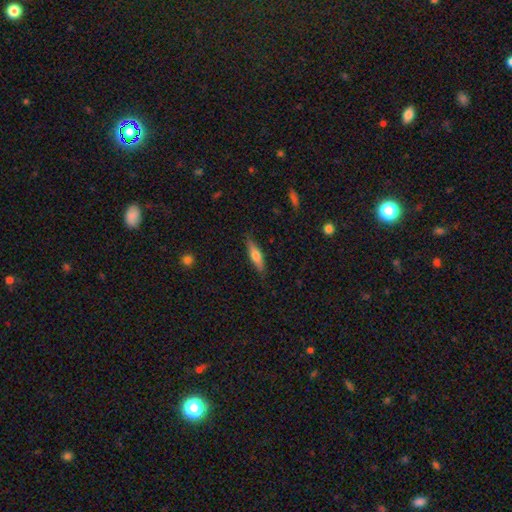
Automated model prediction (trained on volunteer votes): smooth-or-featured: smooth: 53% | featured or disk: 41% | star or artifact: 6%
  how-rounded: cigar-shaped: 70% | in between: 27% | round: 2%
  merging: none: 86% | minor disturbance: 11% | major disturbance: 2% | merger: 1%